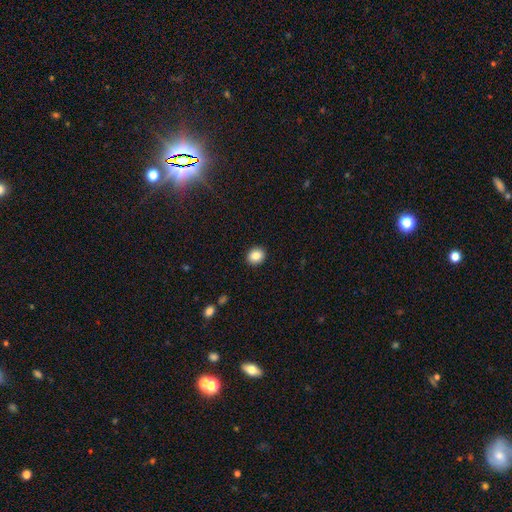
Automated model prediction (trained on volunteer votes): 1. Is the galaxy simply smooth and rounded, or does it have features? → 85% smooth, 9% star or artifact, 6% featured or disk.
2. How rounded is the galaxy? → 68% round, 32% in between, 1% cigar-shaped.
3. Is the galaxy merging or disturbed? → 92% none, 5% minor disturbance, 2% major disturbance, 1% merger.